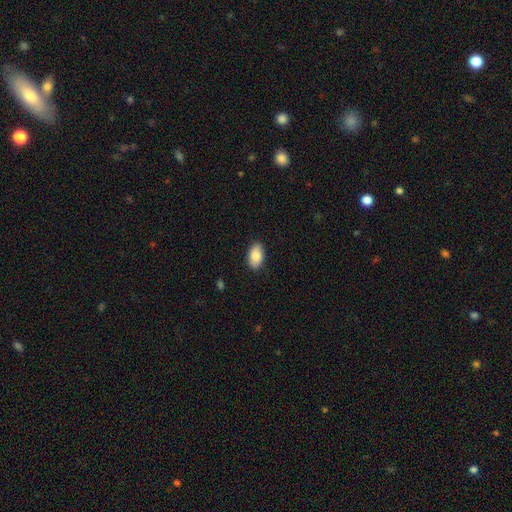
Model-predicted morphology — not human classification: Smooth or featured?
  - smooth: 86% *
  - featured or disk: 7%
  - star or artifact: 6%
How rounded?
  - in between: 93% *
  - round: 4%
  - cigar-shaped: 2%
Merging?
  - none: 88% *
  - minor disturbance: 9%
  - major disturbance: 2%
  - merger: 1%